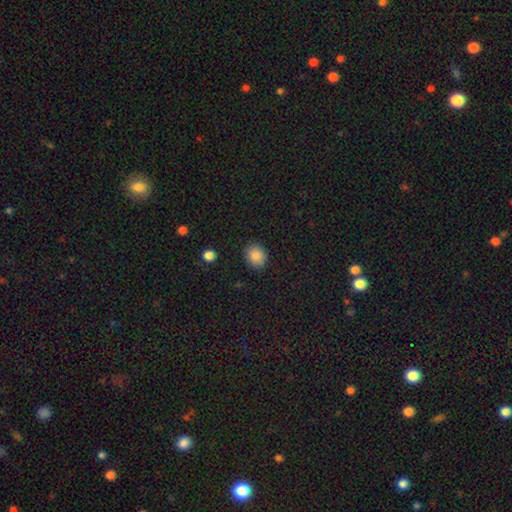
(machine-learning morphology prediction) This appears to be a smooth galaxy with no disk features (87%) that is round (68%). Merging: none (88%).